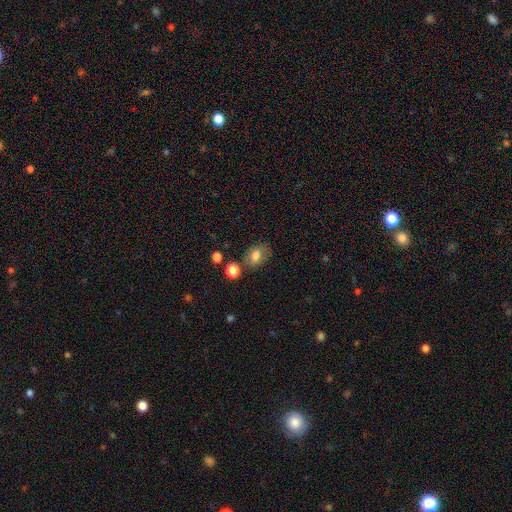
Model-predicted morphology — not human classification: This is likely a smooth galaxy (72%). How rounded: likely in between (72%). Merging: likely none (68%).